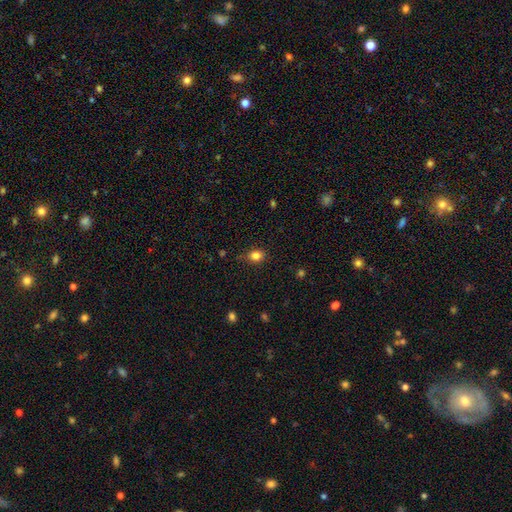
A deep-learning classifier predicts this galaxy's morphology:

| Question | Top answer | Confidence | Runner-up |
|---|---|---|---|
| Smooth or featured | smooth | 83% | star or artifact (11%) |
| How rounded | round | 53% | in between (46%) |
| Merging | none | 80% | minor disturbance (15%) |